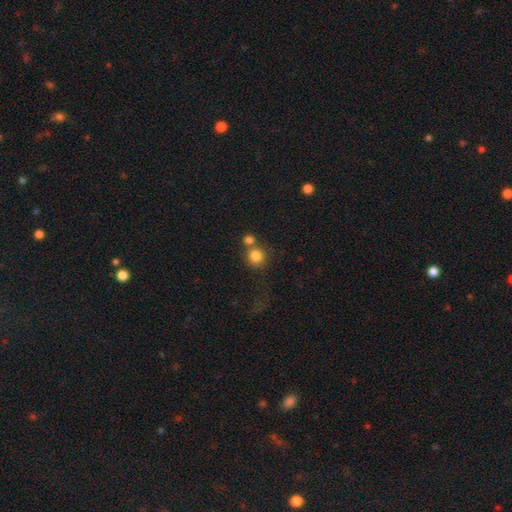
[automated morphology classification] smooth 81%, star or artifact 11%, featured or disk 8%. Down the decision tree: how rounded — round (91%); merging — none (52%).